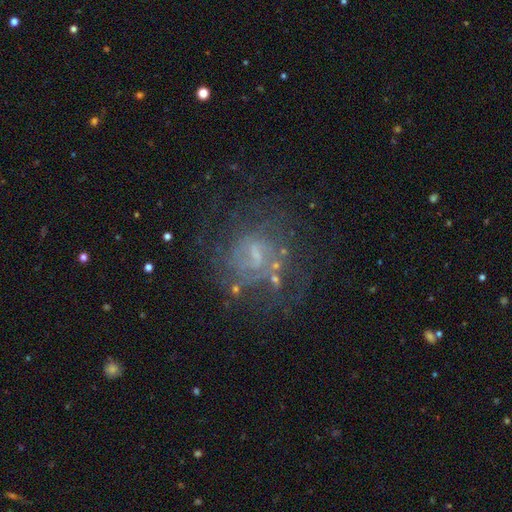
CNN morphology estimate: Smooth or featured? featured or disk (69%)
Edge-on disk? no (97%)
Bar? weak (49%)
Spiral arms? yes (63%)
Bulge size? small (47%)
Merging? none (58%)